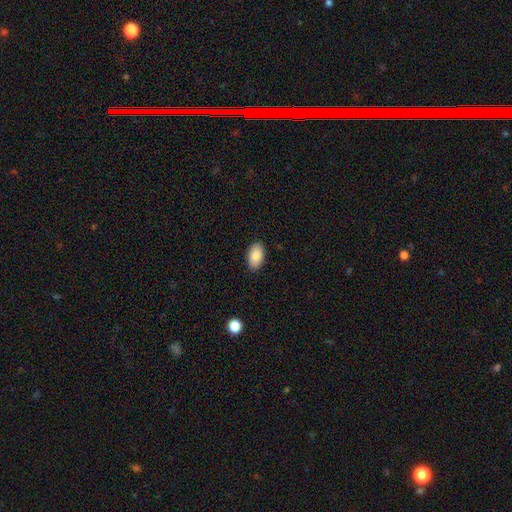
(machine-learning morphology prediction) A smooth galaxy with no disk features (86%) that is in between round and cigar-shaped (94%).

Vote fractions:
- Smooth or featured? smooth: 86% / featured or disk: 7% / star or artifact: 7%
- How rounded? in between: 94% / round: 4% / cigar-shaped: 1%
- Merging? none: 89% / minor disturbance: 9% / major disturbance: 2% / merger: 1%